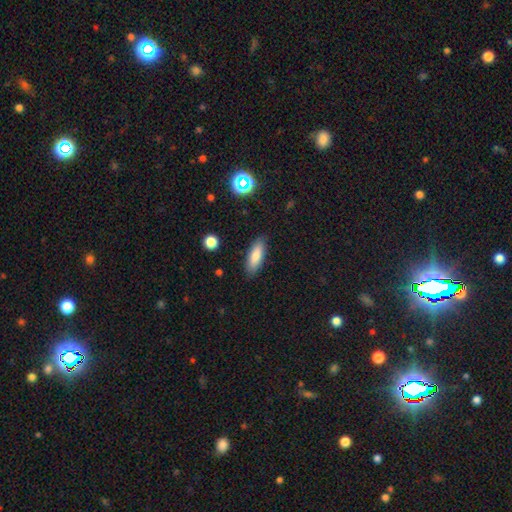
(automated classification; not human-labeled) smooth_or_featured: smooth (p=0.80) [alt: featured or disk p=0.13]
how_rounded: in between (p=0.62) [alt: cigar-shaped p=0.36]
merging: none (p=0.85) [alt: minor disturbance p=0.11]